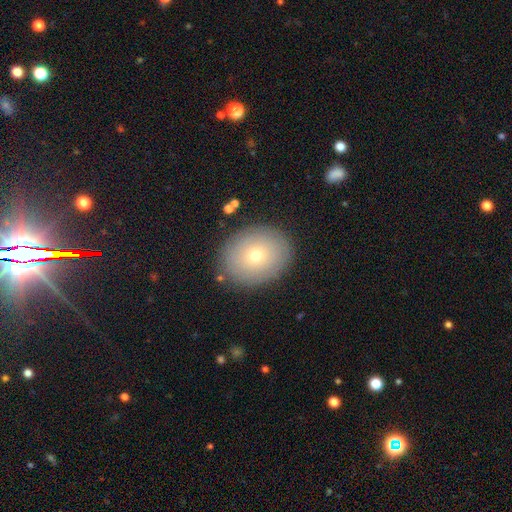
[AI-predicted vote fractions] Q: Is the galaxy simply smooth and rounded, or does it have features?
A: smooth — 67%.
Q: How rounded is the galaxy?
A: round — 56%.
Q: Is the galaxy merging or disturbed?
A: none — 87%.